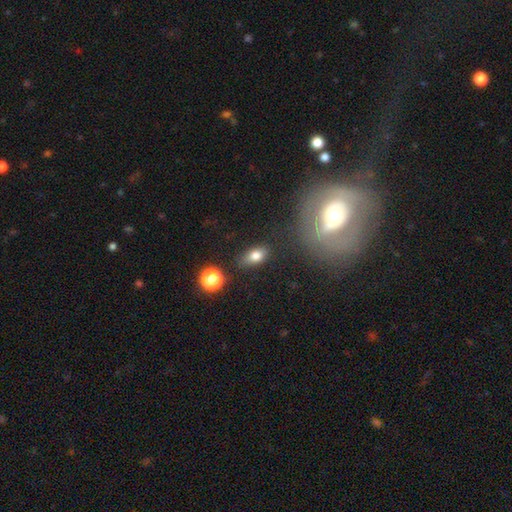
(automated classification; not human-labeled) The model was most divided on "merging": none: 79%, minor disturbance: 14%, major disturbance: 4%, merger: 3%. More confident: how rounded — in between (83%); smooth or featured — smooth (78%).